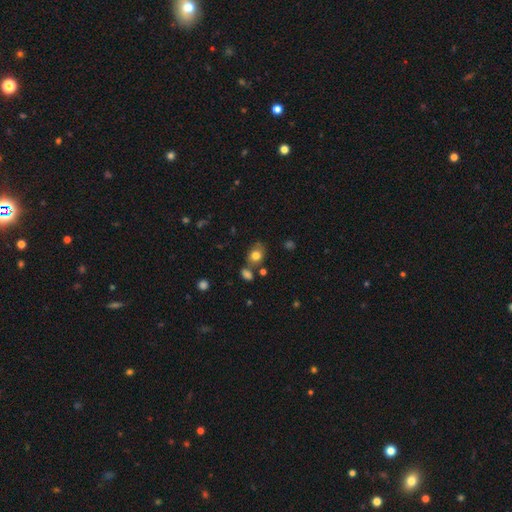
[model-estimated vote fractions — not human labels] A smooth galaxy with no disk features (80%) that is in between round and cigar-shaped (53%). Merging: none (63%).